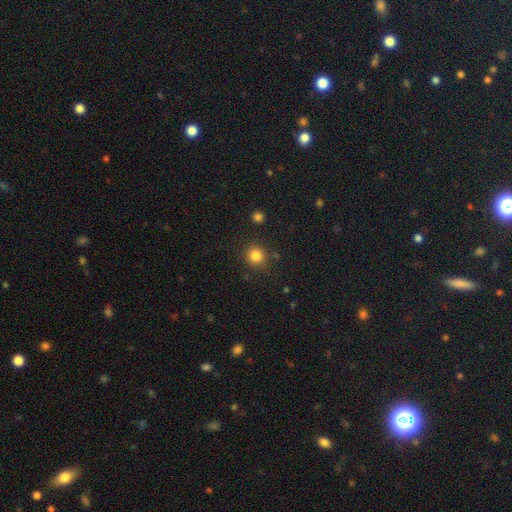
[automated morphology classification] smooth_or_featured: smooth (p=0.83) [alt: star or artifact p=0.12]
how_rounded: round (p=0.89) [alt: in between p=0.10]
merging: none (p=0.85) [alt: minor disturbance p=0.08]